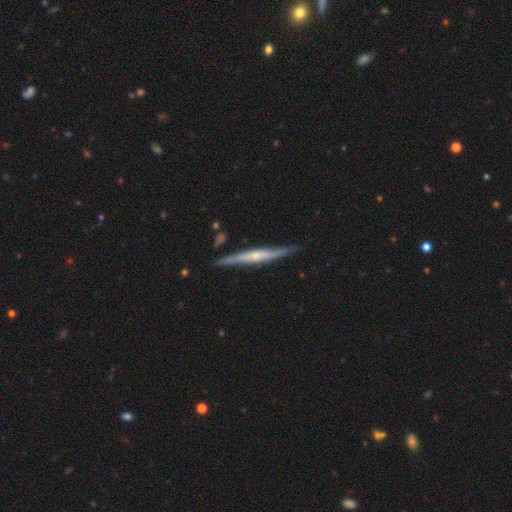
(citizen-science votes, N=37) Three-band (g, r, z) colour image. It shows a featured or disk galaxy (73%) viewed edge-on (100%) with a rounded central bulge (70%). Merging: none (81%).